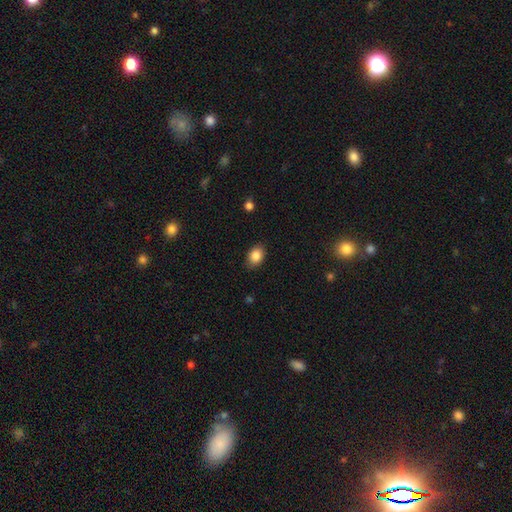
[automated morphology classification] type=smooth (85%); roundness=in between (76%); merging=none (85%).